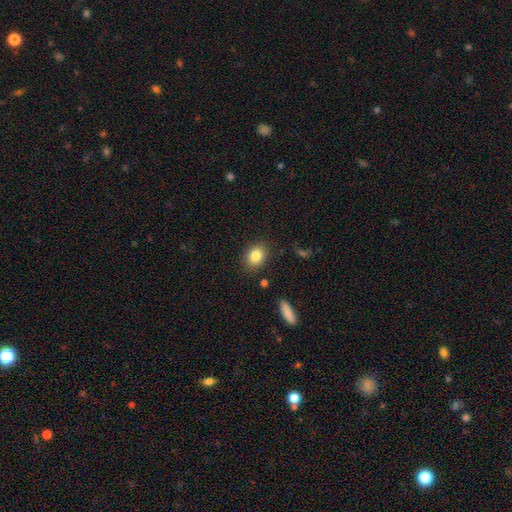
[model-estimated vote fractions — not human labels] smooth_or_featured: smooth (p=0.83) [alt: star or artifact p=0.09]
how_rounded: in between (p=0.55) [alt: round p=0.44]
merging: none (p=0.85) [alt: minor disturbance p=0.10]